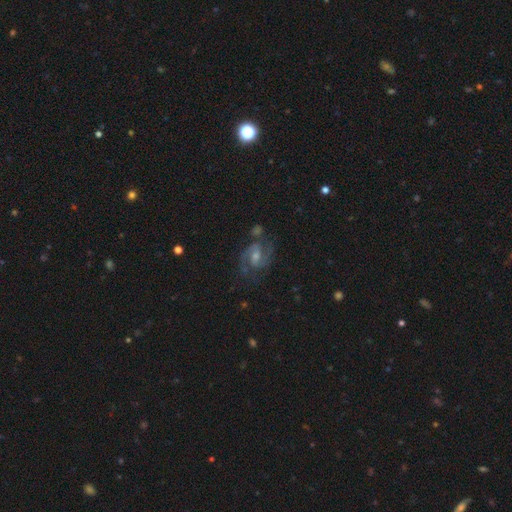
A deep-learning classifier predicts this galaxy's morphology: Smooth or featured? featured or disk (83%)
Edge-on disk? no (97%)
Bar? weak (54%)
Spiral arms? yes (97%)
Spiral winding? medium (60%)
Spiral arm count? 2 (88%)
Bulge size? moderate (47%)
Merging? none (73%)